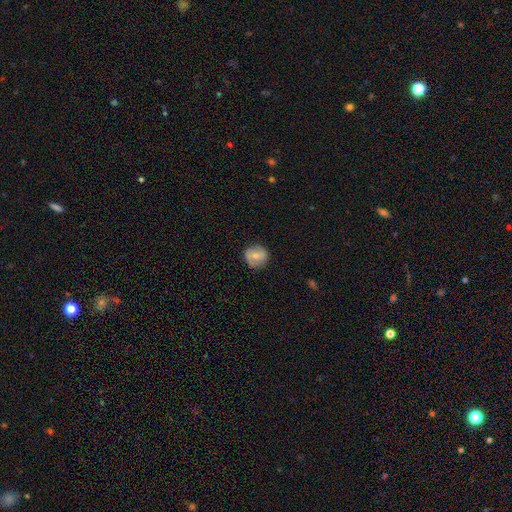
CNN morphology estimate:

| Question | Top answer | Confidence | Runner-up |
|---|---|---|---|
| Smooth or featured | smooth | 57% | featured or disk (35%) |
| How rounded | round | 90% | in between (9%) |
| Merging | none | 85% | minor disturbance (11%) |